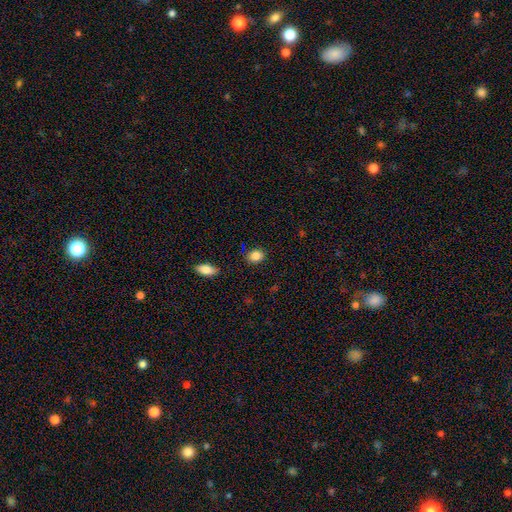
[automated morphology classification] Overall: smooth (85%). How rounded: in between (50%; round 49%). Merging: none (87%).